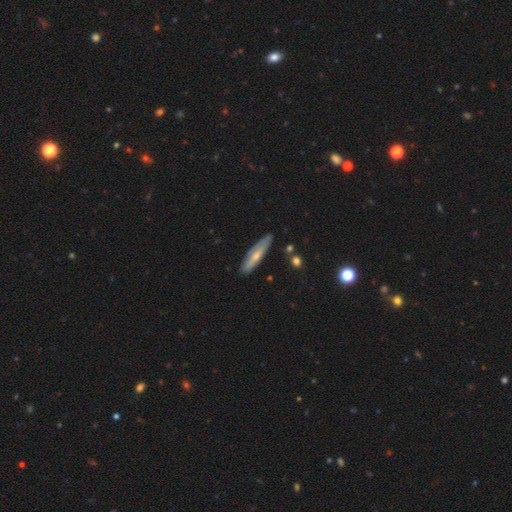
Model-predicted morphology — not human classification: The model was most divided on "smooth or featured": smooth: 56%, featured or disk: 38%, star or artifact: 6%. More confident: merging — none (82%); how rounded — cigar-shaped (77%).